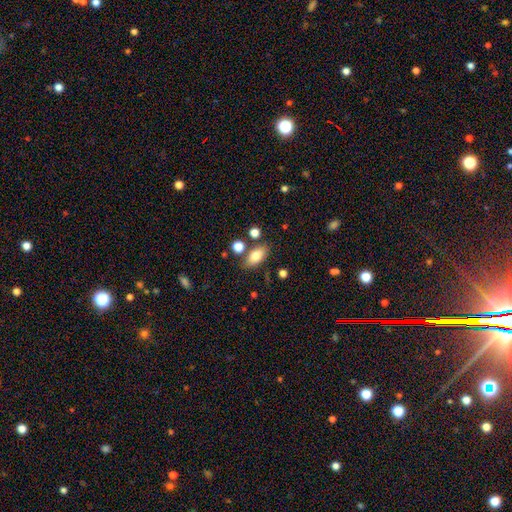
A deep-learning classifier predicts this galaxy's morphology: This is likely a smooth galaxy (79%). How rounded: clearly in between (87%). Merging: likely none (76%).